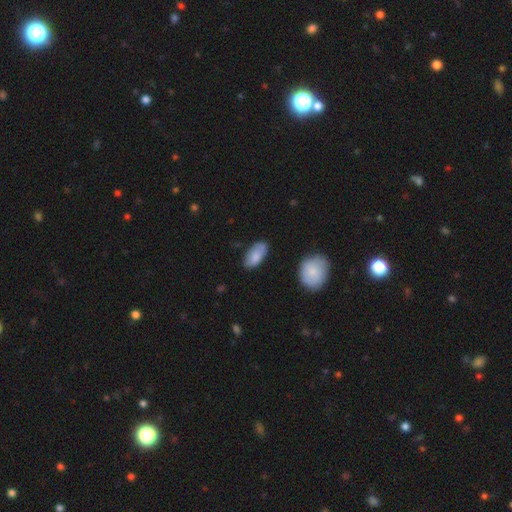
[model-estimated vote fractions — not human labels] smooth 78%, featured or disk 16%, star or artifact 6%. Down the decision tree: how rounded — in between (92%); merging — none (74%).